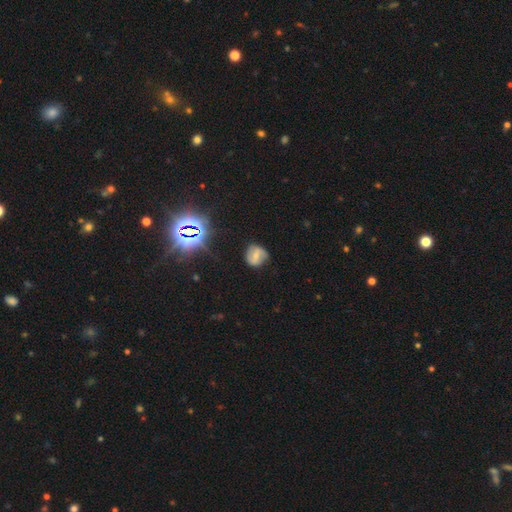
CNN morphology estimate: Overall: featured or disk (46%; smooth 40%). Merging: none (73%).